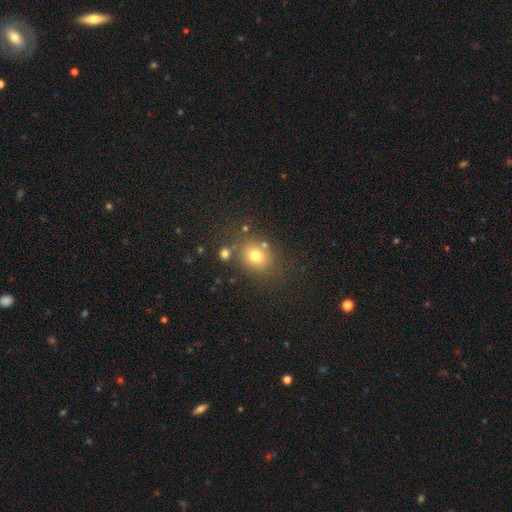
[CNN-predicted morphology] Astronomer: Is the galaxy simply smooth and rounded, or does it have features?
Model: smooth — 74%.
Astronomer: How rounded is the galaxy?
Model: round — 63%.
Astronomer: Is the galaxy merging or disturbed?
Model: none — 73%.